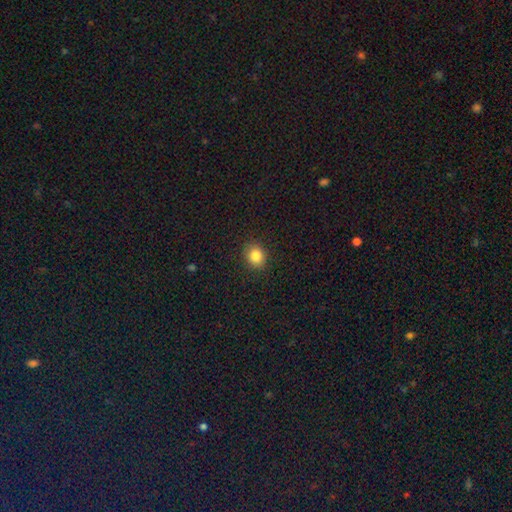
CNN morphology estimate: Overall: smooth (84%). How rounded: round (71%). Merging: none (90%).